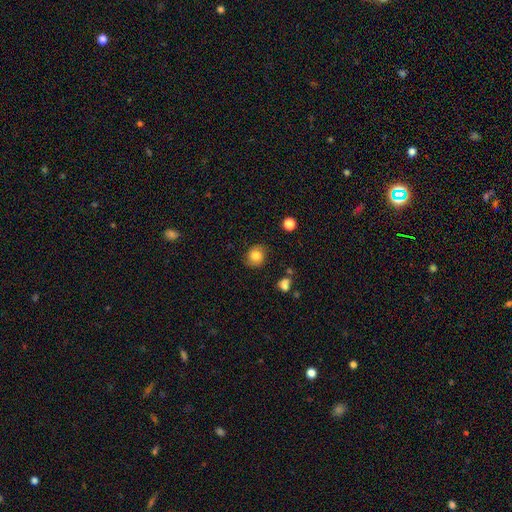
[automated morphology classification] A smooth galaxy with no disk features (81%) that is round (72%).

Vote fractions:
- Smooth or featured? smooth: 81% / star or artifact: 10% / featured or disk: 9%
- How rounded? round: 72% / in between: 27% / cigar-shaped: 1%
- Merging? none: 79% / minor disturbance: 15% / major disturbance: 4% / merger: 2%